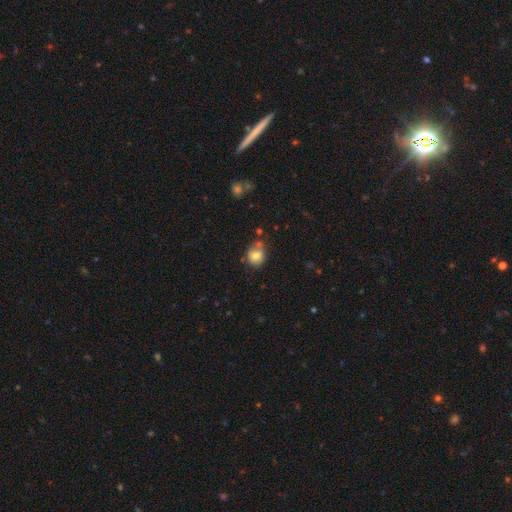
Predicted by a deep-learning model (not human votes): Smooth or featured? smooth (74%)
How rounded? round (73%)
Merging? none (58%)